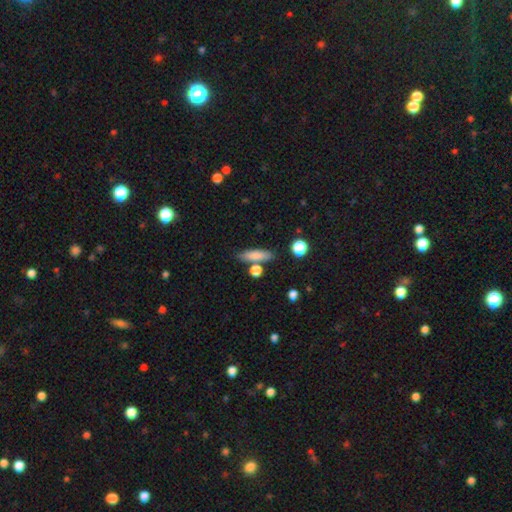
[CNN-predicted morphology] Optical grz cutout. It shows a smooth galaxy with no disk features (79%) that is cigar-shaped (64%). Merging: none (76%).